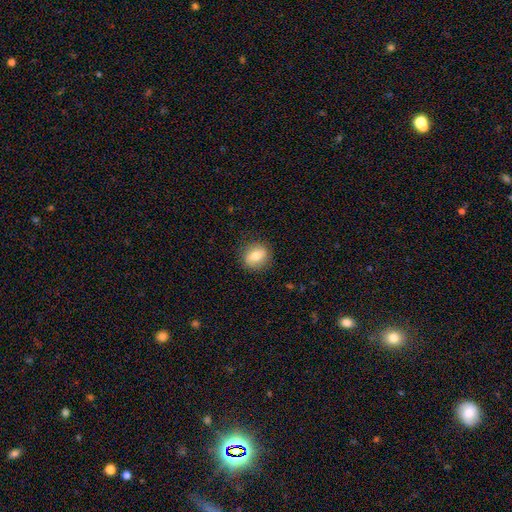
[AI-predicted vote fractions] This is likely a smooth galaxy (70%). How rounded: likely round (66%). Merging: clearly none (84%).